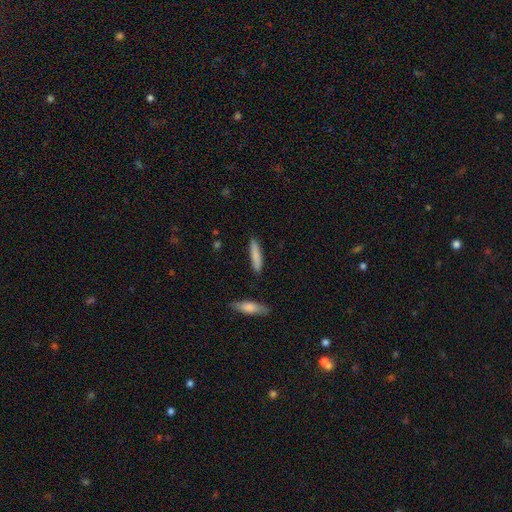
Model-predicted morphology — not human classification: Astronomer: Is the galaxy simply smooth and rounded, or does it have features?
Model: smooth — 80%.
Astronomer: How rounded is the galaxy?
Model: cigar-shaped — 84%.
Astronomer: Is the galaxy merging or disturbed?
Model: none — 86%.